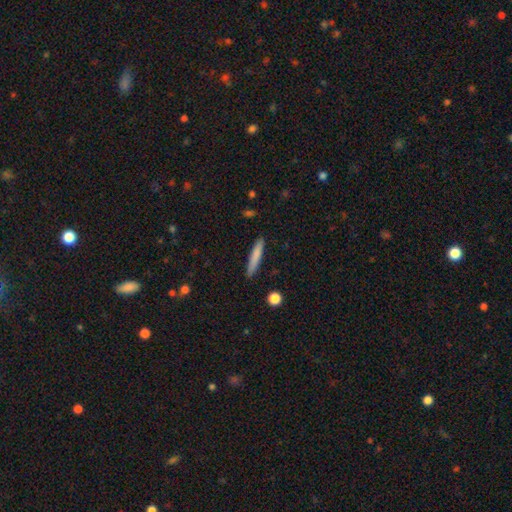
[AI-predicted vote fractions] smooth_or_featured: smooth (p=0.78) [alt: featured or disk p=0.16]
how_rounded: cigar-shaped (p=0.93) [alt: in between p=0.05]
merging: none (p=0.88) [alt: minor disturbance p=0.09]